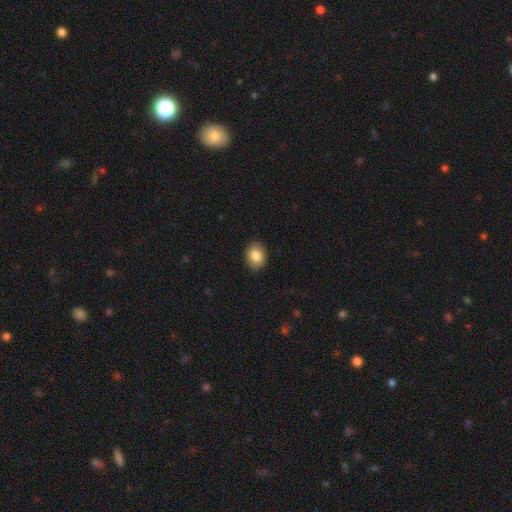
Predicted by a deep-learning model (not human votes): Smooth or featured?
  - smooth: 85% *
  - star or artifact: 8%
  - featured or disk: 8%
How rounded?
  - in between: 67% *
  - round: 32%
  - cigar-shaped: 1%
Merging?
  - none: 89% *
  - minor disturbance: 8%
  - major disturbance: 2%
  - merger: 1%